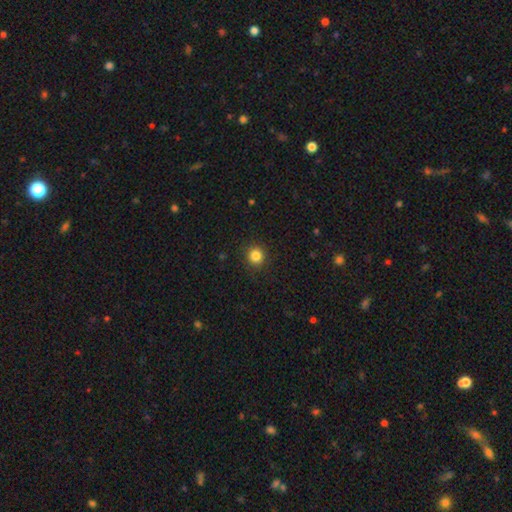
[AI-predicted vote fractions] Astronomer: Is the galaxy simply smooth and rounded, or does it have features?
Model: smooth — 84%.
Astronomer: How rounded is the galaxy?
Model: round — 93%.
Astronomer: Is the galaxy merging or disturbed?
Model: none — 91%.